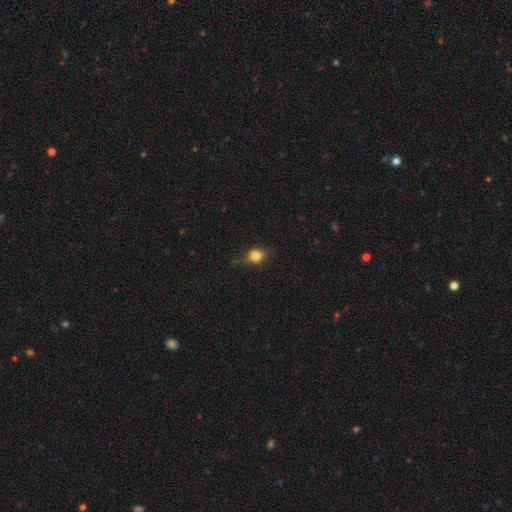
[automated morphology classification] Smooth or featured? Predicted: smooth (p=0.79). How rounded? Predicted: round (p=0.65). Merging? Predicted: none (p=0.67).